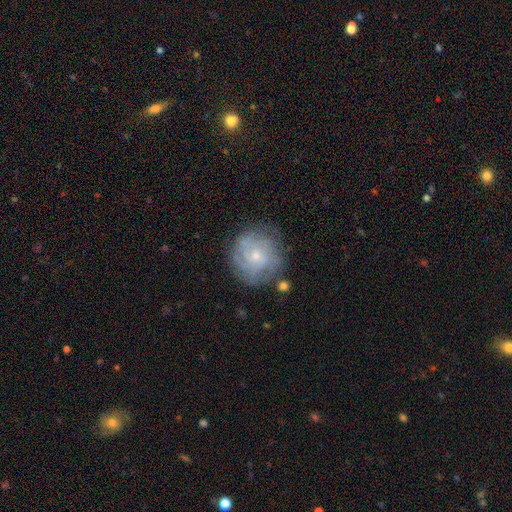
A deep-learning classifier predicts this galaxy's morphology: Smooth or featured?
  - featured or disk: 67% *
  - smooth: 25%
  - star or artifact: 8%
Edge-on disk?
  - no: 98% *
  - yes: 2%
Bar?
  - no: 79% *
  - weak: 19%
  - strong: 3%
Spiral arms?
  - yes: 84% *
  - no: 16%
Spiral winding?
  - tight: 65% *
  - medium: 26%
  - loose: 9%
Spiral arm count?
  - can't tell: 47% *
  - 3: 16%
  - 4: 14%
  - 2: 12%
  - more than 4: 6%
  - 1: 5%
Bulge size?
  - small: 70% *
  - moderate: 26%
  - none: 2%
  - large: 1%
  - dominant: 1%
Merging?
  - none: 73% *
  - minor disturbance: 17%
  - major disturbance: 7%
  - merger: 3%